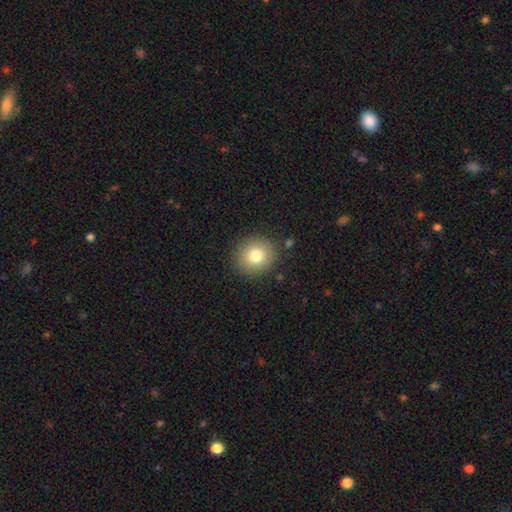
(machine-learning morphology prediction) Smooth or featured?
  - smooth: 79% *
  - featured or disk: 11%
  - star or artifact: 11%
How rounded?
  - round: 88% *
  - in between: 11%
  - cigar-shaped: 1%
Merging?
  - none: 88% *
  - minor disturbance: 8%
  - major disturbance: 3%
  - merger: 2%